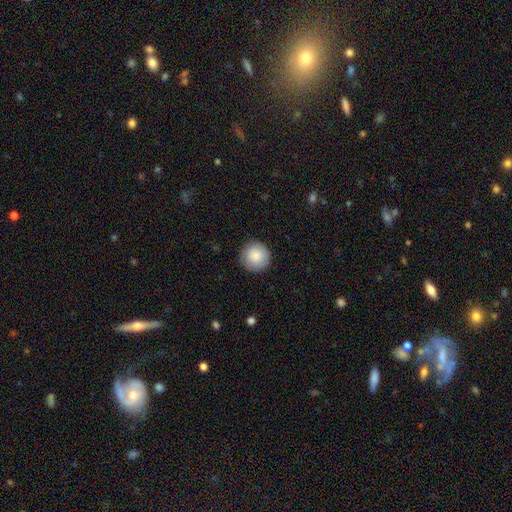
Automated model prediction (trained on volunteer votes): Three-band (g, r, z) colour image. It shows a smooth galaxy with no disk features (85%) that is round (95%). Merging: none (88%).